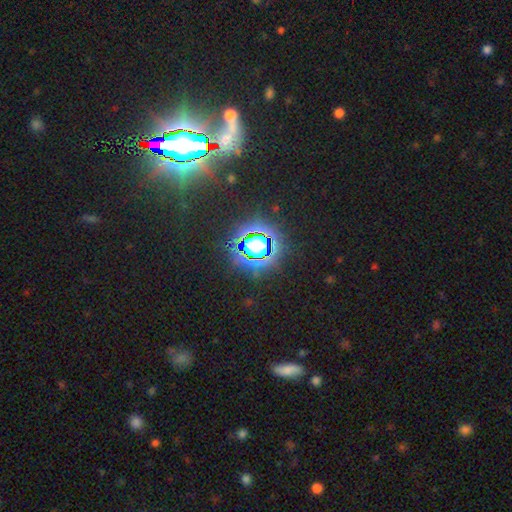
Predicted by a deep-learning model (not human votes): Smooth or featured: star or artifact — 80% (smooth — 12%)